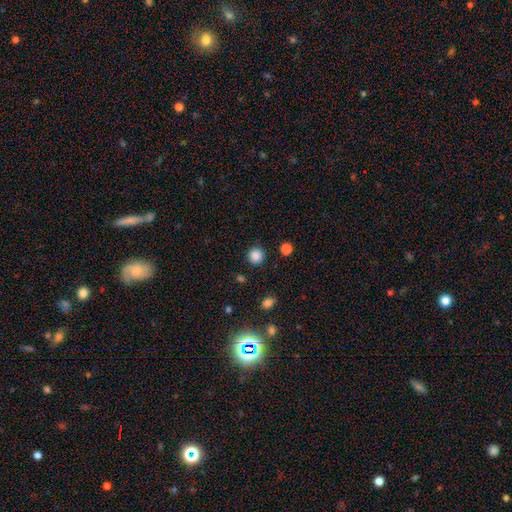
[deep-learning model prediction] Smooth or featured? smooth (85%)
How rounded? round (94%)
Merging? none (90%)